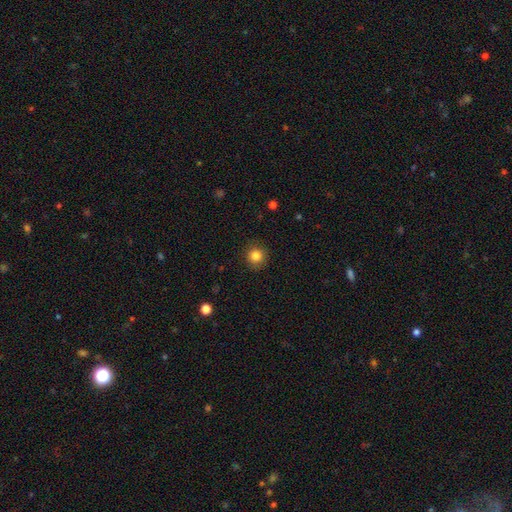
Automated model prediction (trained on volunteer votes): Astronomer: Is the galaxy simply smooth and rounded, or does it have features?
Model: smooth — 84%.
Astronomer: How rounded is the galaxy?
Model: round — 93%.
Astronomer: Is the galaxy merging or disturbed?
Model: none — 89%.